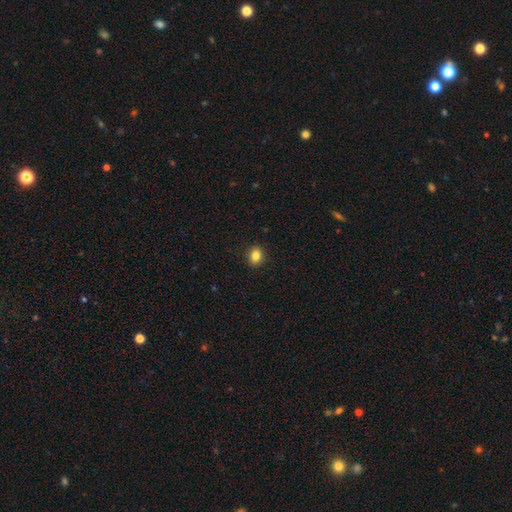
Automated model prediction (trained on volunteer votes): Smooth or featured: smooth — 84% (star or artifact — 10%)
How rounded: round — 53% (in between — 46%)
Merging: none — 91% (minor disturbance — 6%)